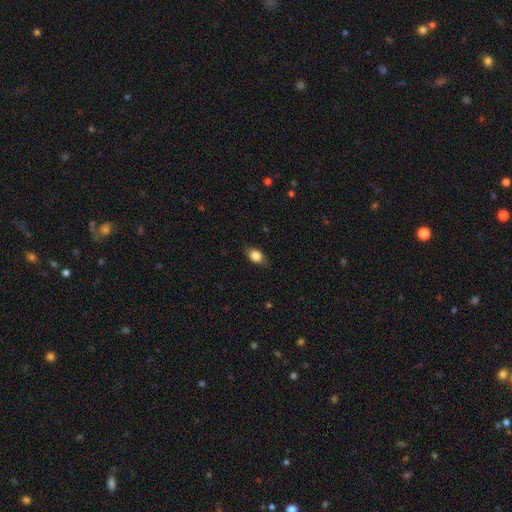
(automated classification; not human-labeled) smooth_or_featured: smooth (p=0.84) [alt: star or artifact p=0.08]
how_rounded: in between (p=0.76) [alt: round p=0.21]
merging: none (p=0.81) [alt: minor disturbance p=0.15]